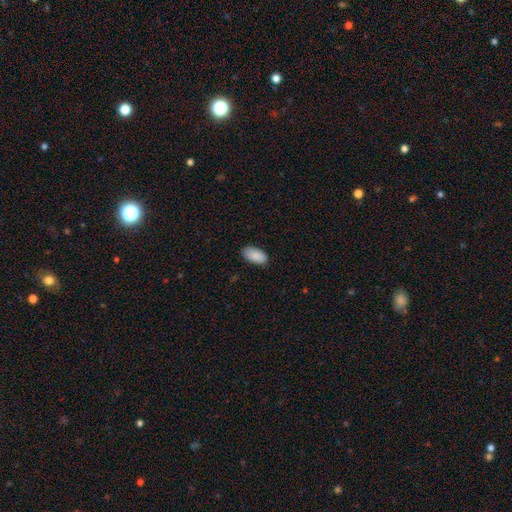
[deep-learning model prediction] A smooth galaxy with no disk features (90%) that is in between round and cigar-shaped (95%). Merging: none (86%).